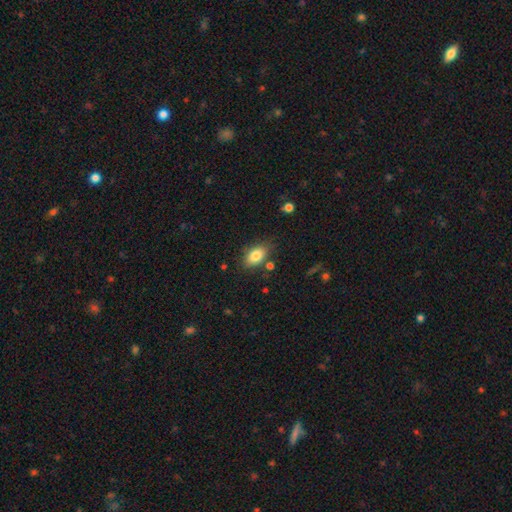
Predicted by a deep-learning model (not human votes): Overall: smooth (83%). How rounded: in between (90%). Merging: none (78%).